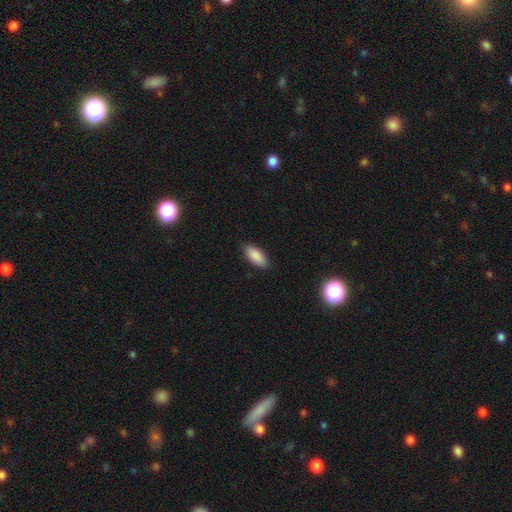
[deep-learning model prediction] The model was most divided on "how rounded": in between: 85%, cigar-shaped: 13%, round: 2%. More confident: smooth or featured — smooth (89%); merging — none (85%).